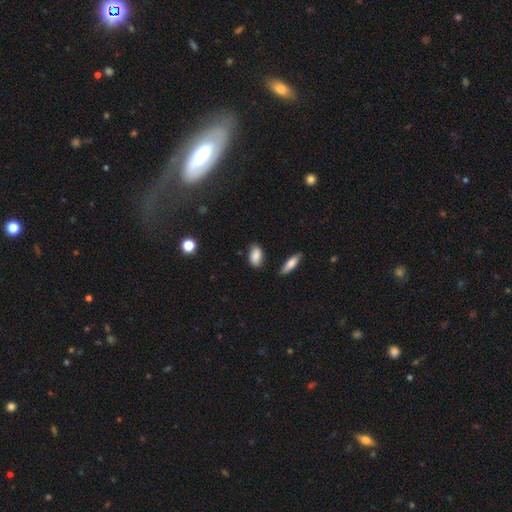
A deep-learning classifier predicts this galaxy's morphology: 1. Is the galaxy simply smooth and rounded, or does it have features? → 84% smooth, 8% featured or disk, 8% star or artifact.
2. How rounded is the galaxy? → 89% in between, 7% round, 4% cigar-shaped.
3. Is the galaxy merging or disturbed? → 75% none, 19% minor disturbance, 4% major disturbance, 3% merger.